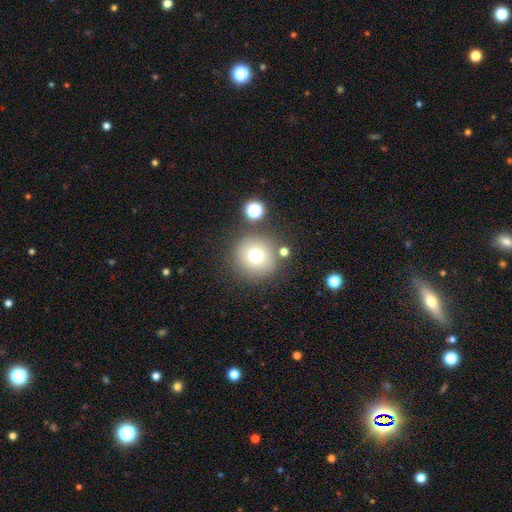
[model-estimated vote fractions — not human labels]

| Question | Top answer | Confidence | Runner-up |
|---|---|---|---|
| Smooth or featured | smooth | 73% | star or artifact (14%) |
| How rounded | round | 95% | in between (4%) |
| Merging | none | 81% | minor disturbance (9%) |